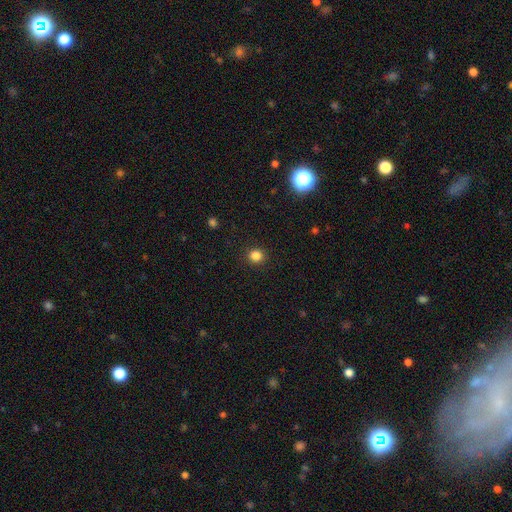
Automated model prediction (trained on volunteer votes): Smooth or featured? smooth (84%)
How rounded? round (90%)
Merging? none (92%)